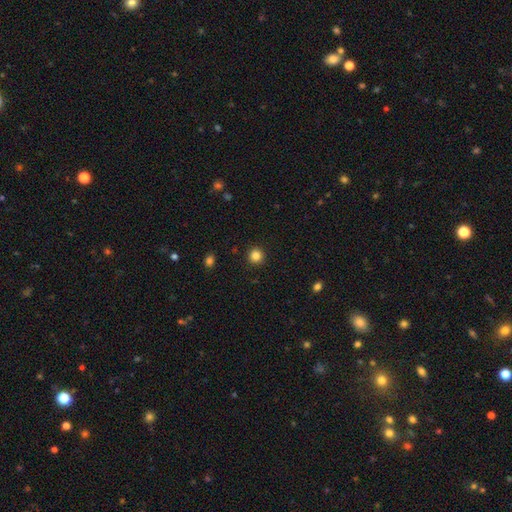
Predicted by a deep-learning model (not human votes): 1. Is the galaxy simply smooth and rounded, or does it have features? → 85% smooth, 12% star or artifact, 4% featured or disk.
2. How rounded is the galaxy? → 94% round, 5% in between, 1% cigar-shaped.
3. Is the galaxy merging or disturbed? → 93% none, 4% minor disturbance, 2% major disturbance, 1% merger.